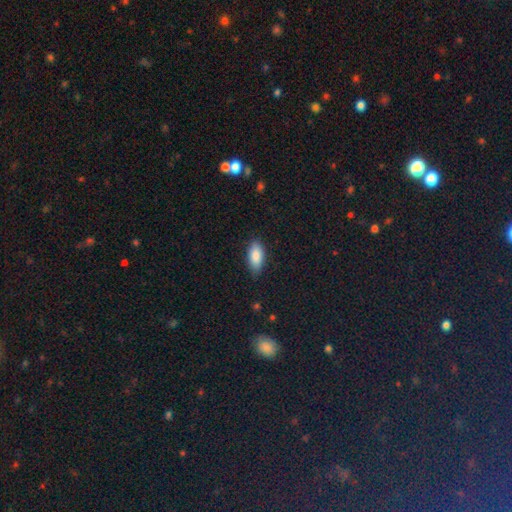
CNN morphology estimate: The model was most divided on "merging": none: 82%, minor disturbance: 14%, major disturbance: 2%, merger: 1%. More confident: how rounded — in between (89%); smooth or featured — smooth (87%).